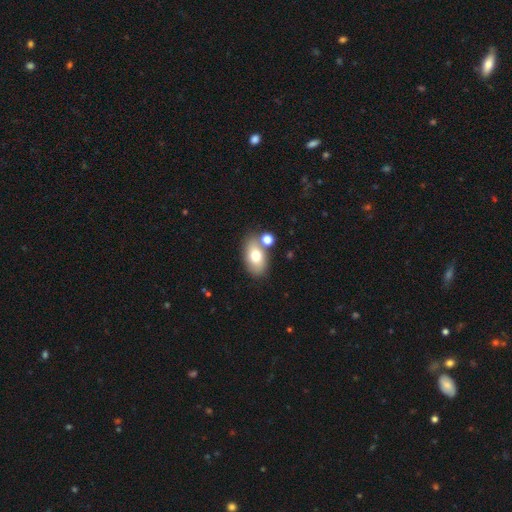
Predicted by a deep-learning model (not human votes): This appears to be a smooth galaxy with no disk features (72%) that is in between round and cigar-shaped (88%). Merging: none (68%).